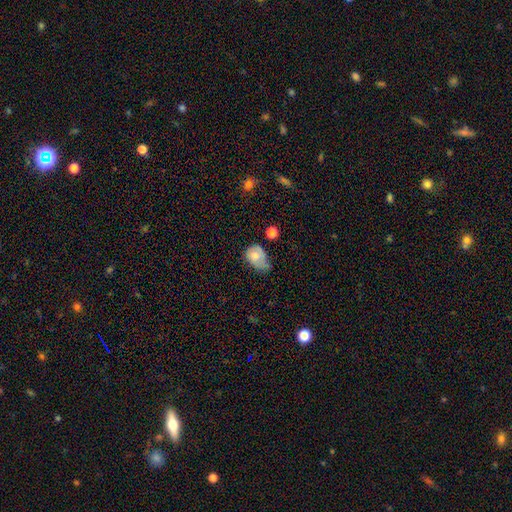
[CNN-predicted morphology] Smooth or featured? Predicted: smooth (p=0.65). How rounded? Predicted: in between (p=0.70). Merging? Predicted: minor disturbance (p=0.43).